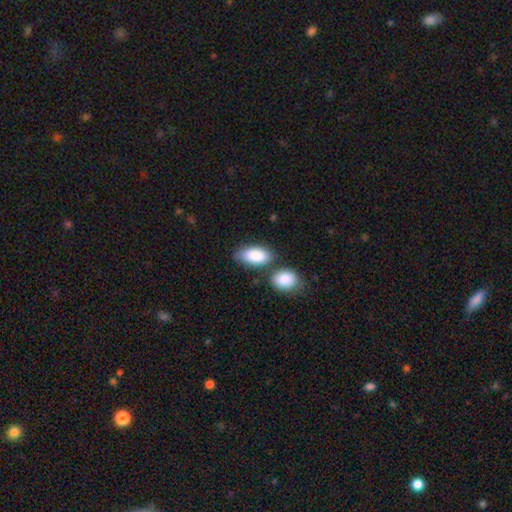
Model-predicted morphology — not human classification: Smooth or featured: smooth — 87% (featured or disk — 7%)
How rounded: in between — 93% (round — 4%)
Merging: none — 54% (merger — 27%)